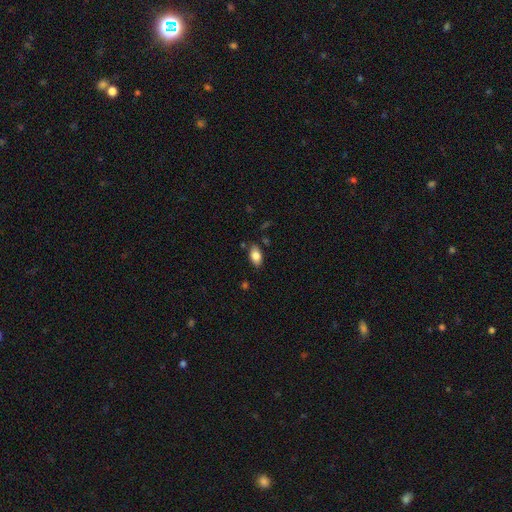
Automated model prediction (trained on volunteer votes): Smooth or featured: smooth — 84% (featured or disk — 9%)
How rounded: in between — 92% (round — 6%)
Merging: none — 82% (minor disturbance — 13%)